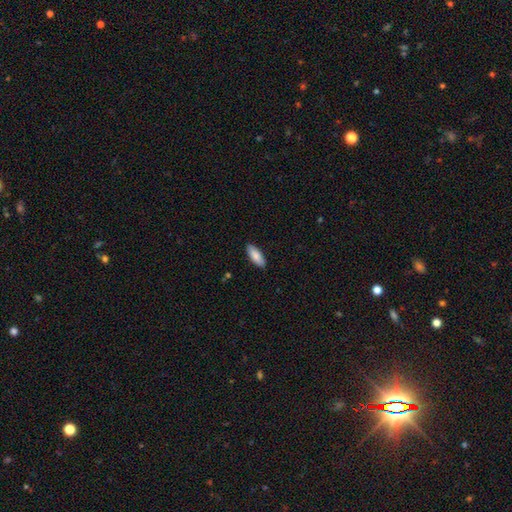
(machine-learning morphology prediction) Smooth or featured?
  - smooth: 86% *
  - featured or disk: 9%
  - star or artifact: 5%
How rounded?
  - in between: 75% *
  - cigar-shaped: 23%
  - round: 2%
Merging?
  - none: 89% *
  - minor disturbance: 8%
  - major disturbance: 2%
  - merger: 1%